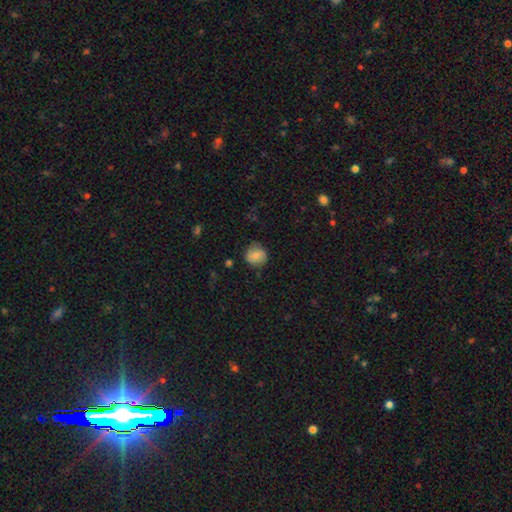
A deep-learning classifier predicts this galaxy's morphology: Smooth or featured: smooth — 77% (featured or disk — 14%)
How rounded: round — 84% (in between — 15%)
Merging: none — 78% (minor disturbance — 16%)